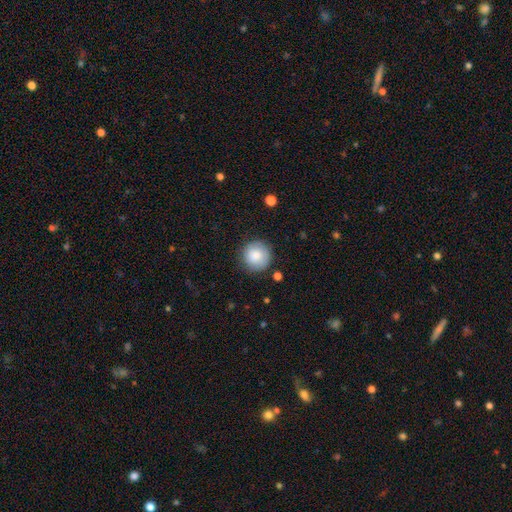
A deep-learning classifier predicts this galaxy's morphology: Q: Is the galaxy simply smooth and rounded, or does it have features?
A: smooth — 82%.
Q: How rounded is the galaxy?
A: round — 95%.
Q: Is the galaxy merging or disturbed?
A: none — 84%.